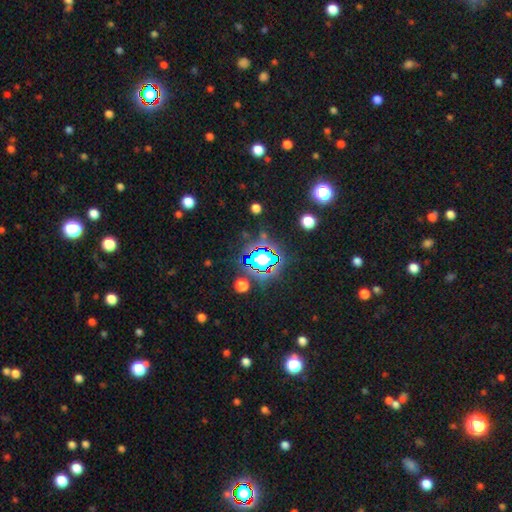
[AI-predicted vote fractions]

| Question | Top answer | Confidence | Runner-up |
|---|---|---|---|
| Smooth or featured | star or artifact | 78% | smooth (14%) |